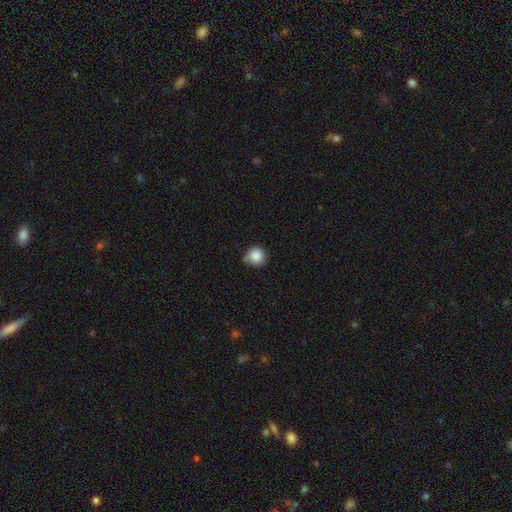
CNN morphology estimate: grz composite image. It shows a smooth galaxy with no disk features (87%) that is round (93%). Merging: none (65%).